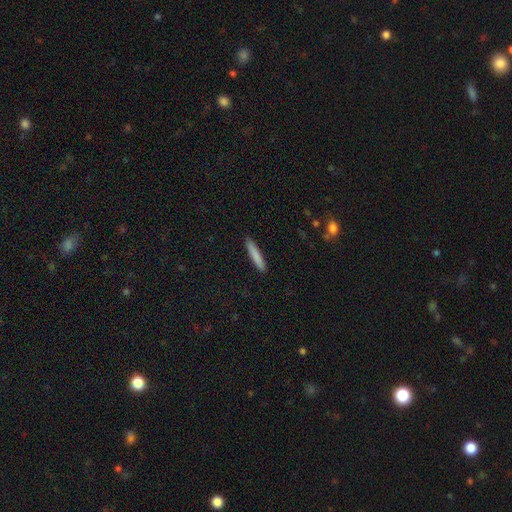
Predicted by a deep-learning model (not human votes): Smooth or featured? smooth (83%)
How rounded? cigar-shaped (93%)
Merging? none (91%)